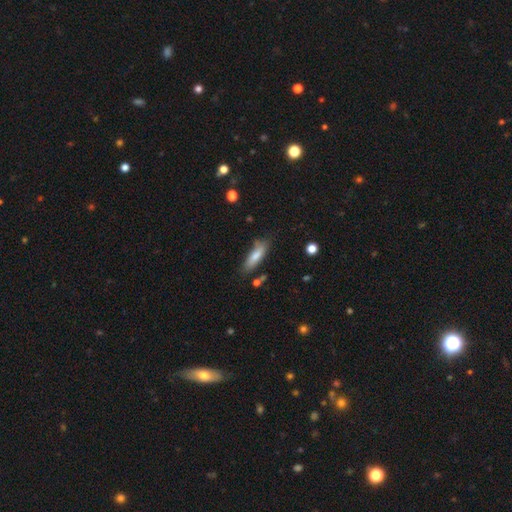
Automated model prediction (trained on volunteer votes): The model was most divided on "how rounded": cigar-shaped: 56%, in between: 42%, round: 2%. More confident: smooth or featured — smooth (77%); merging — none (71%).